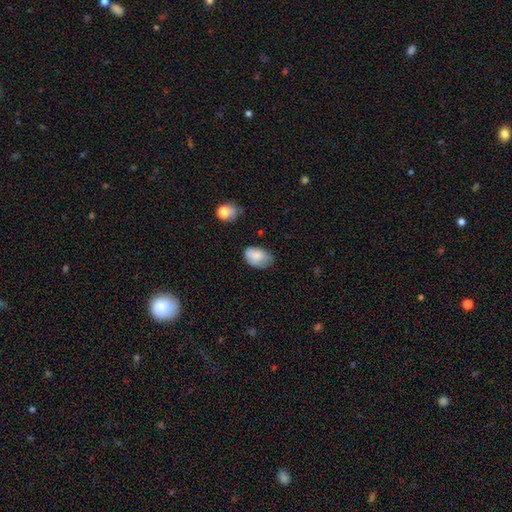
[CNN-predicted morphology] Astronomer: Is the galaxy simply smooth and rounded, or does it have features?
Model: smooth — 76%.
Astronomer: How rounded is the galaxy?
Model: in between — 86%.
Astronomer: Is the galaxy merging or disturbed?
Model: none — 52% (runner-up: minor disturbance, 35%).